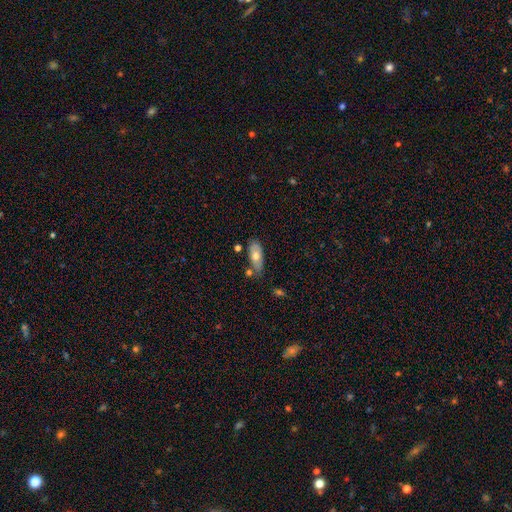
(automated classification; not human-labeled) Q: Smooth or featured?
A: smooth (60%); runner-up: featured or disk (33%)
Q: How rounded?
A: in between (80%); runner-up: cigar-shaped (17%)
Q: Merging?
A: none (71%); runner-up: minor disturbance (18%)